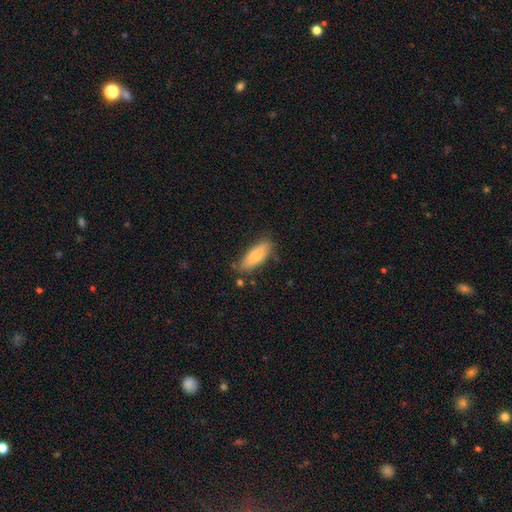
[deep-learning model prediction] Smooth or featured?
  - smooth: 75% *
  - featured or disk: 19%
  - star or artifact: 6%
How rounded?
  - in between: 66% *
  - cigar-shaped: 32%
  - round: 2%
Merging?
  - none: 70% *
  - minor disturbance: 22%
  - major disturbance: 4%
  - merger: 3%